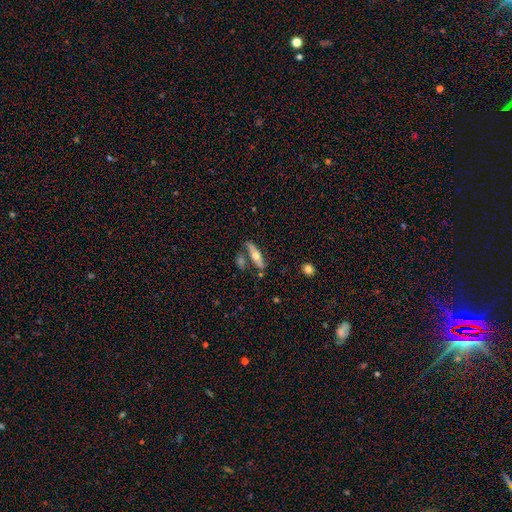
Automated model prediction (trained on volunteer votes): This appears to be a featured or disk galaxy (47%, tied with smooth). Merging: none (71%).